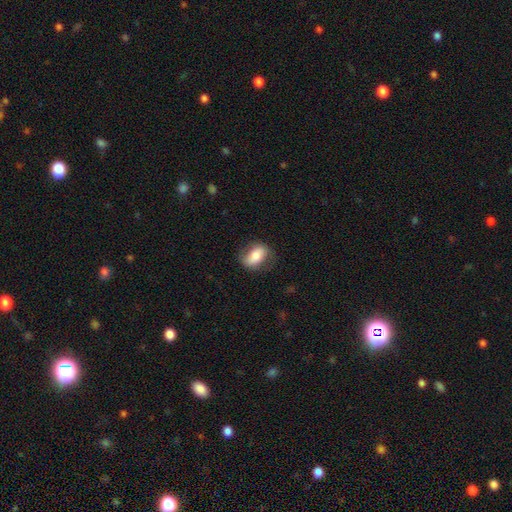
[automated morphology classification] Smooth or featured? smooth (69%)
How rounded? in between (82%)
Merging? none (73%)